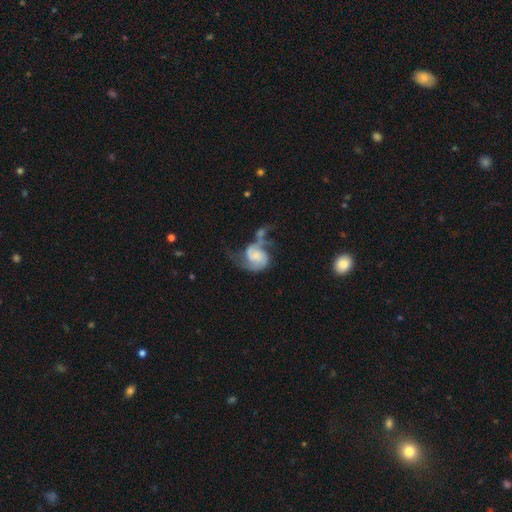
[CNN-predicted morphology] Smooth or featured? Predicted: featured or disk (p=0.76). Edge-on disk? Predicted: no (p=0.98). Bar? Predicted: no (p=0.60). Spiral arms? Predicted: yes (p=0.92). Spiral winding? Predicted: medium (p=0.45). Spiral arm count? Predicted: 2 (p=0.77). Bulge size? Predicted: small (p=0.44). Merging? Predicted: major disturbance (p=0.30, tied with merger).